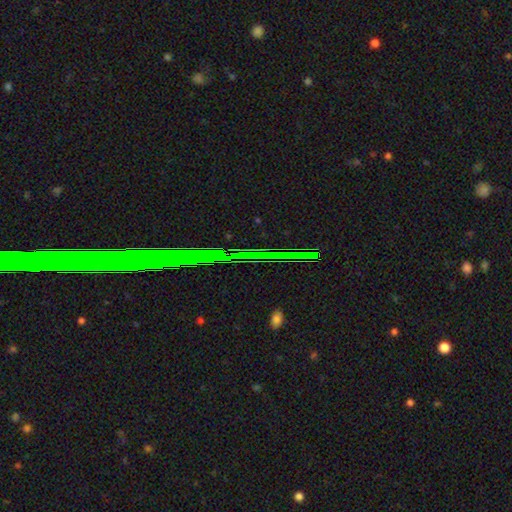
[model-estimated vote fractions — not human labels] This is likely a star or artifact rather than a galaxy (76%).